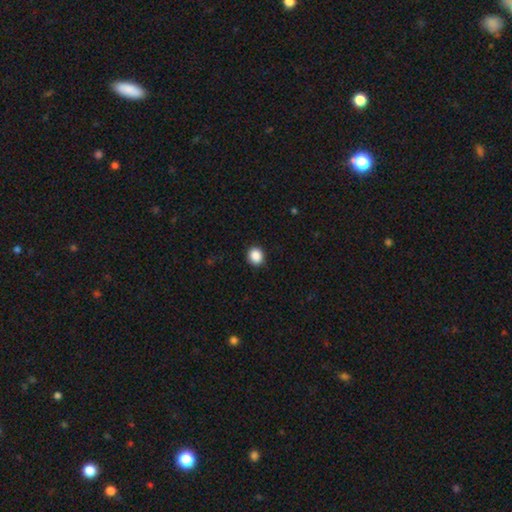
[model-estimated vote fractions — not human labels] This is clearly a smooth galaxy (89%). How rounded: likely round (78%). Merging: clearly none (91%).